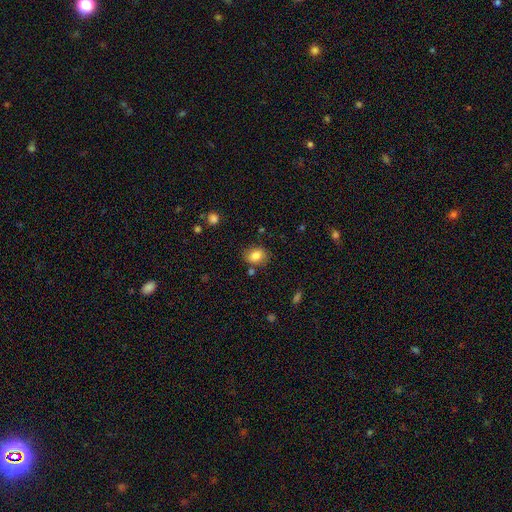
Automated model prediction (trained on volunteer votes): Morphology: type=smooth (81%); roundness=in between (58%); merging=none (78%).